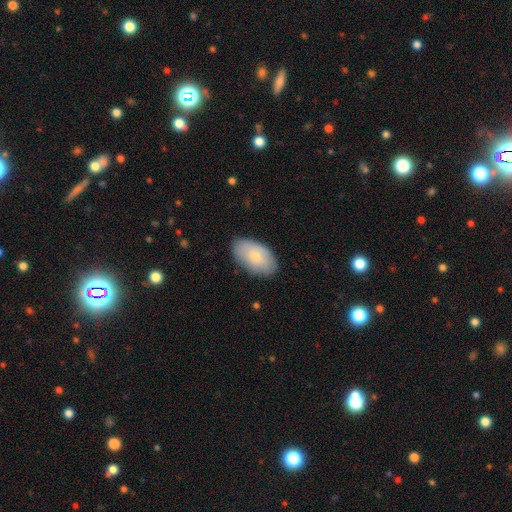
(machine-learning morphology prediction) smooth_or_featured: smooth (p=0.75) [alt: featured or disk p=0.19]
how_rounded: in between (p=0.94) [alt: round p=0.04]
merging: none (p=0.82) [alt: minor disturbance p=0.14]